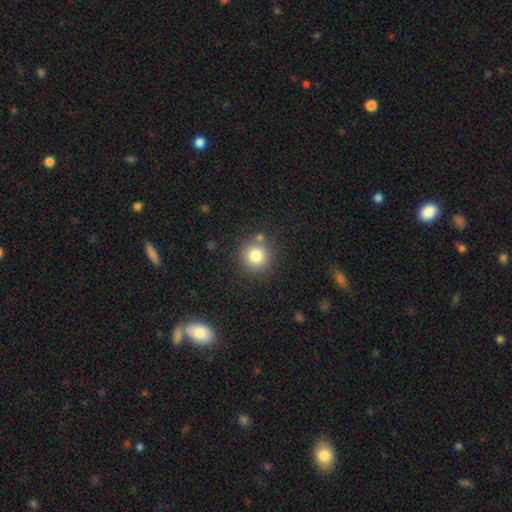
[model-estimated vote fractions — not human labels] Smooth or featured: smooth — 81% (star or artifact — 12%)
How rounded: round — 93% (in between — 6%)
Merging: none — 82% (minor disturbance — 9%)